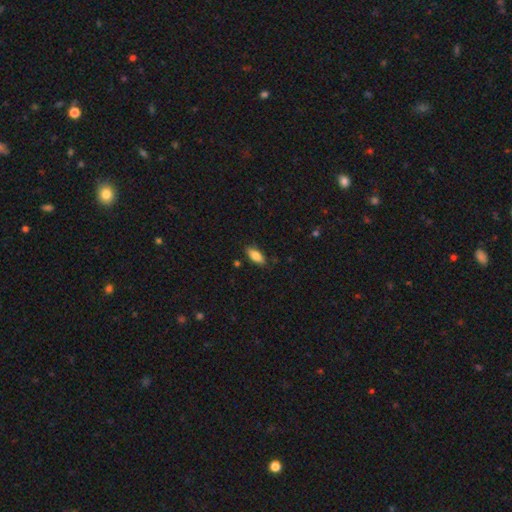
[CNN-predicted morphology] Smooth or featured: smooth — 81% (featured or disk — 12%)
How rounded: in between — 82% (cigar-shaped — 15%)
Merging: none — 85% (minor disturbance — 12%)